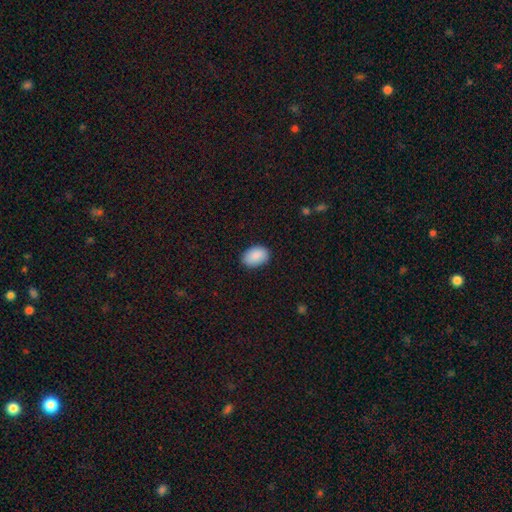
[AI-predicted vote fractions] Smooth or featured?
  - smooth: 90% *
  - star or artifact: 6%
  - featured or disk: 4%
How rounded?
  - in between: 87% *
  - round: 12%
  - cigar-shaped: 1%
Merging?
  - none: 86% *
  - minor disturbance: 11%
  - major disturbance: 2%
  - merger: 1%